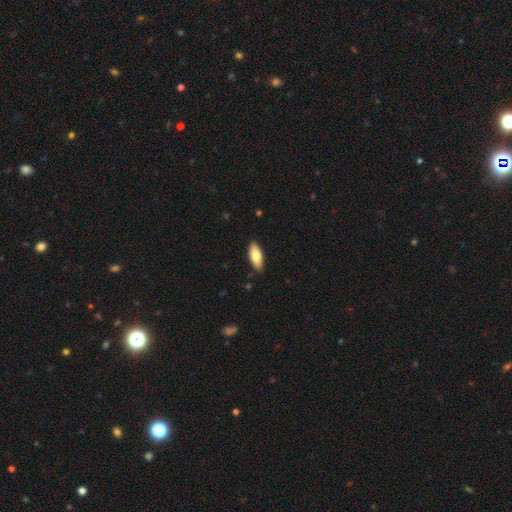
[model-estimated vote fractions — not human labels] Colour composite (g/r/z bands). It shows a smooth galaxy with no disk features (77%) that is in between round and cigar-shaped (79%). Merging: none (87%).